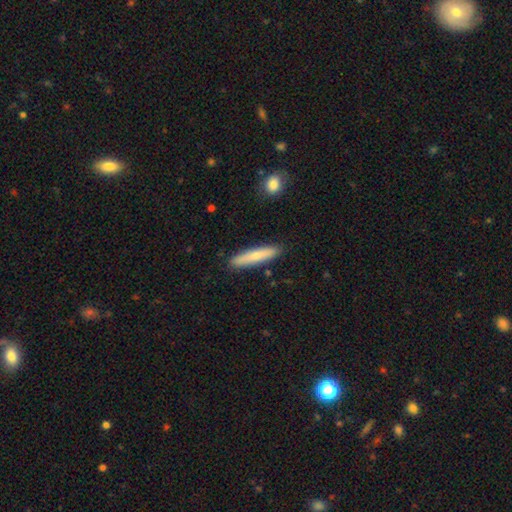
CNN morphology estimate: smooth_or_featured: smooth (p=0.74) [alt: featured or disk p=0.21]
how_rounded: cigar-shaped (p=0.89) [alt: in between p=0.10]
merging: none (p=0.88) [alt: minor disturbance p=0.08]